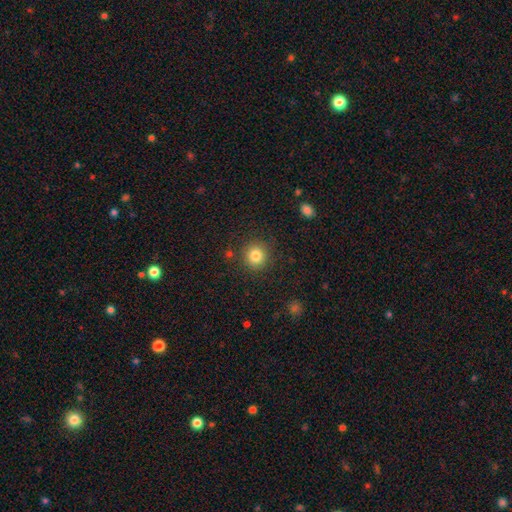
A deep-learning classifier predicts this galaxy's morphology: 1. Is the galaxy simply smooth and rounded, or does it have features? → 83% smooth, 11% star or artifact, 6% featured or disk.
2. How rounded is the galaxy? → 91% round, 8% in between, 1% cigar-shaped.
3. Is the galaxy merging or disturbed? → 88% none, 7% minor disturbance, 3% major disturbance, 2% merger.